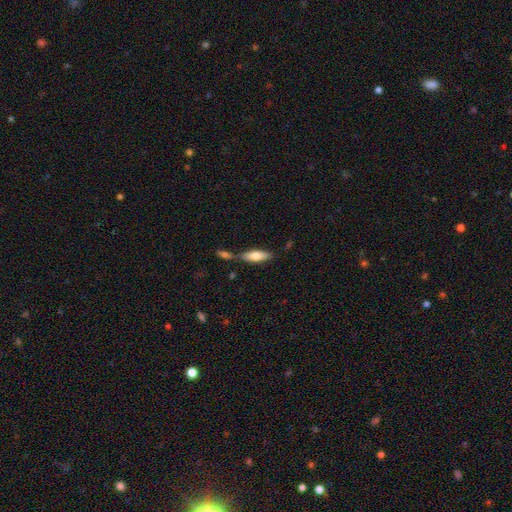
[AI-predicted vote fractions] The model was most divided on "how rounded": in between: 58%, cigar-shaped: 40%, round: 2%. More confident: smooth or featured — smooth (73%); merging — none (58%).